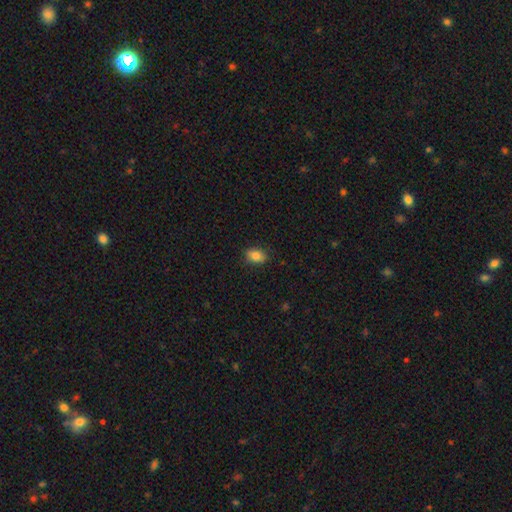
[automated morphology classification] Smooth or featured? smooth (84%)
How rounded? in between (80%)
Merging? none (87%)